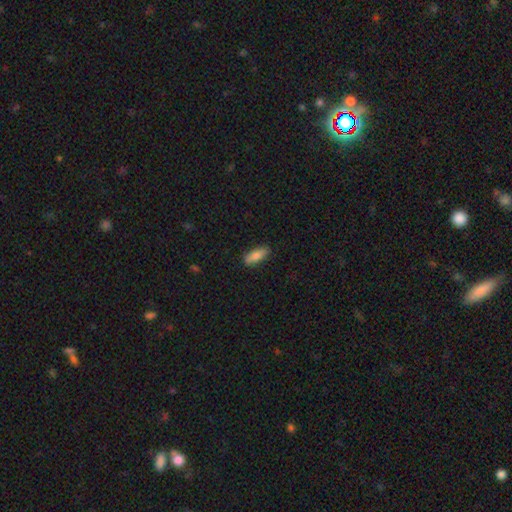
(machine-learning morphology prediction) Smooth or featured? Predicted: smooth (p=0.80). How rounded? Predicted: in between (p=0.64). Merging? Predicted: none (p=0.86).